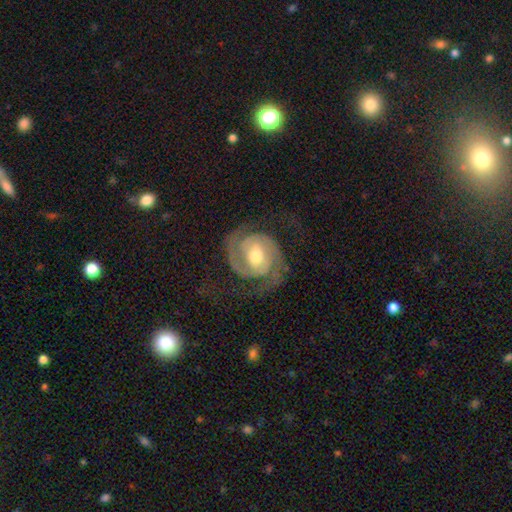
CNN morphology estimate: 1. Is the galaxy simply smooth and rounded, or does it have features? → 90% featured or disk, 5% smooth, 4% star or artifact.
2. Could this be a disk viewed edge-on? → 98% no, 2% yes.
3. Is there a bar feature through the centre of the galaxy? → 44% no, 41% weak, 15% strong.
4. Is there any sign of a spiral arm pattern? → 98% yes, 2% no.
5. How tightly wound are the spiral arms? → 47% tight, 44% medium, 10% loose.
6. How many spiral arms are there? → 90% 2, 3% 3, 3% can't tell, 2% 1, 1% 4, 1% more than 4.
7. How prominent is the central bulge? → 69% moderate, 20% small, 9% large, 1% none, 1% dominant.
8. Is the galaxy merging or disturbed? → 75% none, 14% minor disturbance, 11% major disturbance, 1% merger.